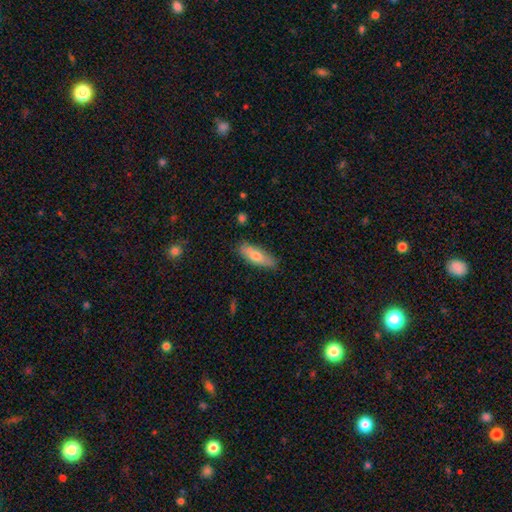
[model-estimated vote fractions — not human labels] This appears to be a smooth galaxy with no disk features (66%) that is in between round and cigar-shaped (50%). Merging: none (76%).